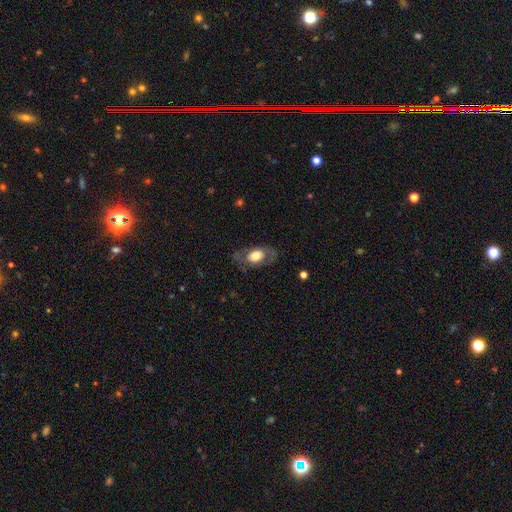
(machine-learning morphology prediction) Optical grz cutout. It shows a featured or disk galaxy (47%, tied with smooth). Merging: none (72%).